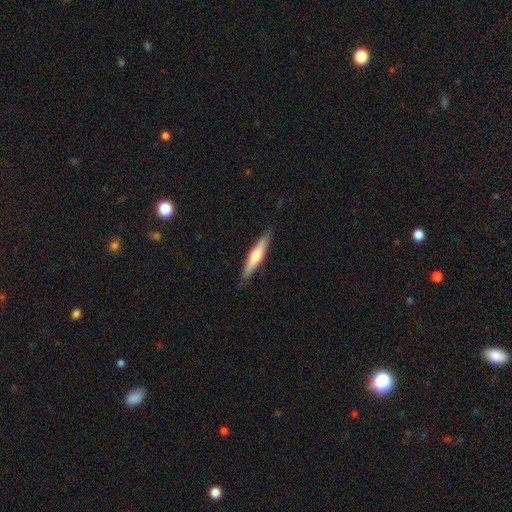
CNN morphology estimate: Smooth or featured? smooth (51%)
How rounded? cigar-shaped (88%)
Merging? none (88%)